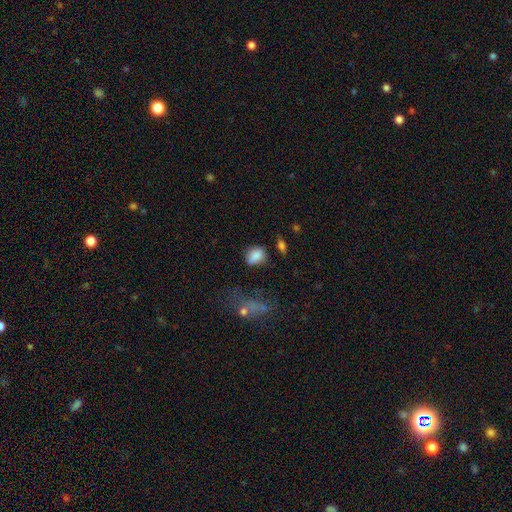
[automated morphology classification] Smooth or featured? smooth (83%)
How rounded? in between (58%)
Merging? none (64%)